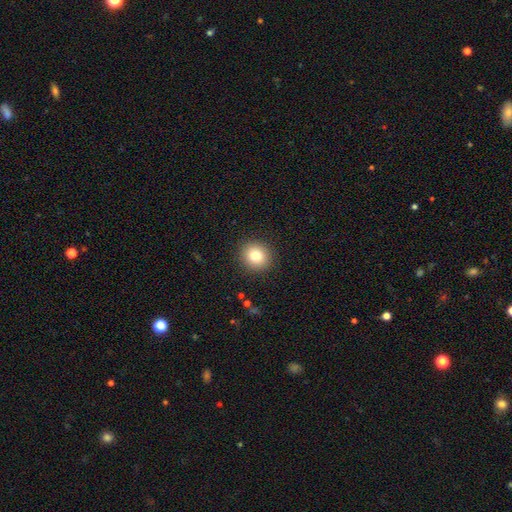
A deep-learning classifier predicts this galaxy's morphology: smooth-or-featured: smooth: 80% | star or artifact: 11% | featured or disk: 9%
  how-rounded: round: 87% | in between: 12% | cigar-shaped: 1%
  merging: none: 91% | minor disturbance: 6% | major disturbance: 2% | merger: 1%